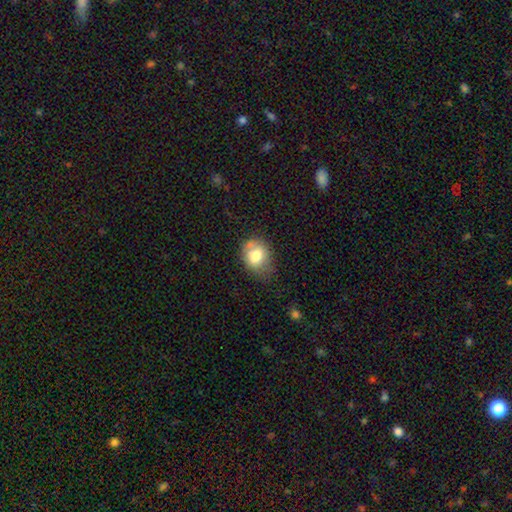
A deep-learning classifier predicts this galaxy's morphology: type=smooth (75%); roundness=round (52%); merging=none (52%).